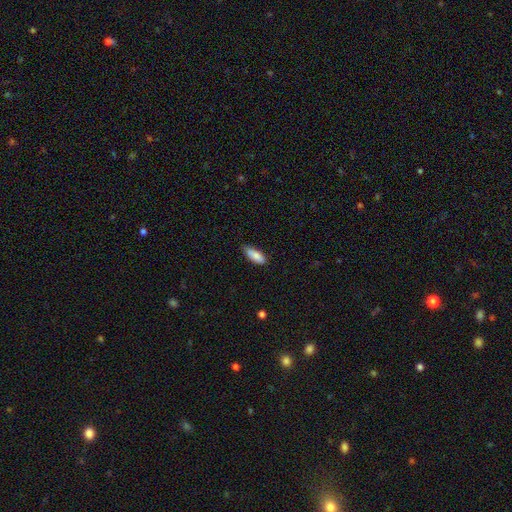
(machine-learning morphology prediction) Smooth or featured?
  - smooth: 86% *
  - featured or disk: 8%
  - star or artifact: 6%
How rounded?
  - in between: 70% *
  - cigar-shaped: 28%
  - round: 2%
Merging?
  - none: 72% *
  - minor disturbance: 23%
  - major disturbance: 3%
  - merger: 1%